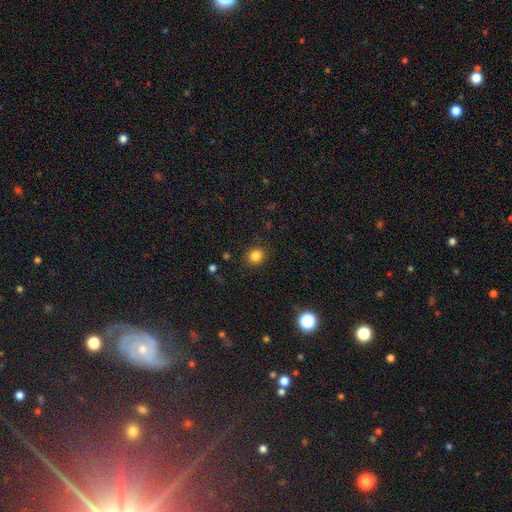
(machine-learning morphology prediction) Q: Smooth or featured?
A: smooth (83%); runner-up: star or artifact (13%)
Q: How rounded?
A: round (87%); runner-up: in between (12%)
Q: Merging?
A: none (89%); runner-up: minor disturbance (8%)